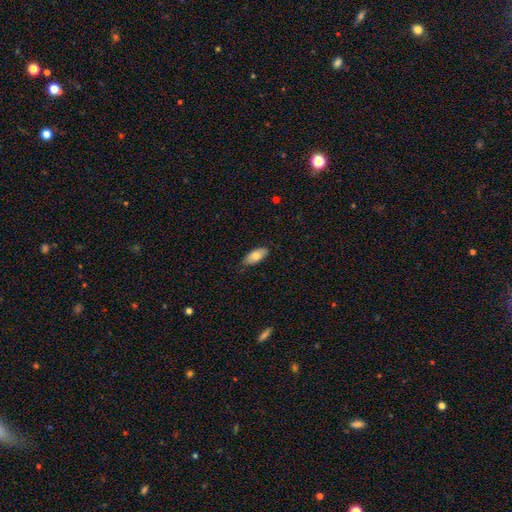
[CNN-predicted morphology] A smooth galaxy with no disk features (76%) that is in between round and cigar-shaped (88%).

Vote fractions:
- Smooth or featured? smooth: 76% / featured or disk: 17% / star or artifact: 6%
- How rounded? in between: 88% / cigar-shaped: 10% / round: 2%
- Merging? none: 82% / minor disturbance: 15% / major disturbance: 2% / merger: 1%